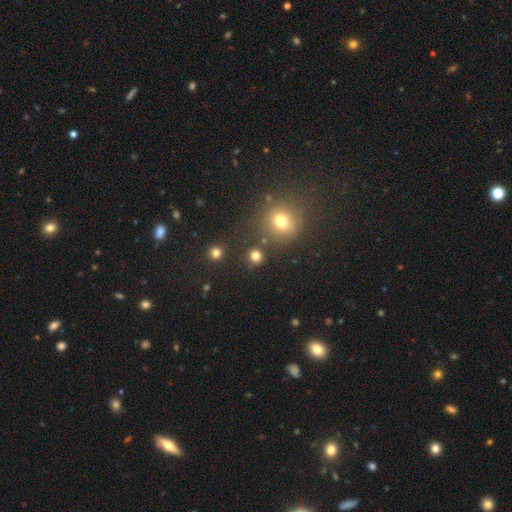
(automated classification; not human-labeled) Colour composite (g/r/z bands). It shows a smooth galaxy with no disk features (78%) that is round (91%). Merging: none (85%).